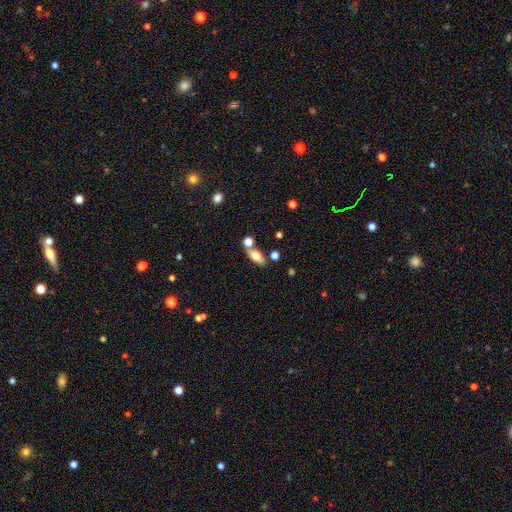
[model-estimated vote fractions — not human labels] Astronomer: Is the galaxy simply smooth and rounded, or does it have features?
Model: smooth — 70%.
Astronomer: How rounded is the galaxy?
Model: in between — 78%.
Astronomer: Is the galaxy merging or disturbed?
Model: none — 66%.